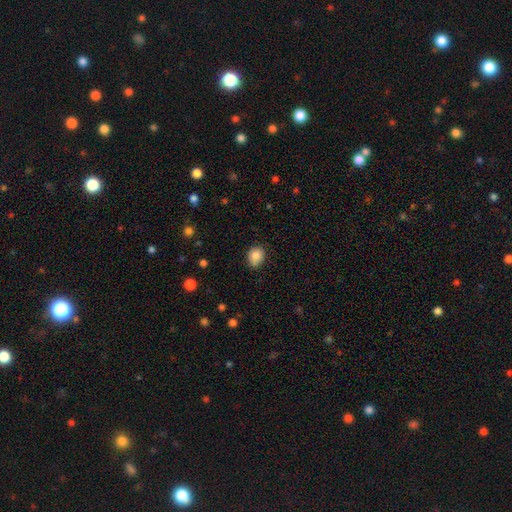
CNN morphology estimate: Q: Smooth or featured?
A: smooth (84%); runner-up: star or artifact (9%)
Q: How rounded?
A: round (56%); runner-up: in between (43%)
Q: Merging?
A: none (77%); runner-up: minor disturbance (18%)